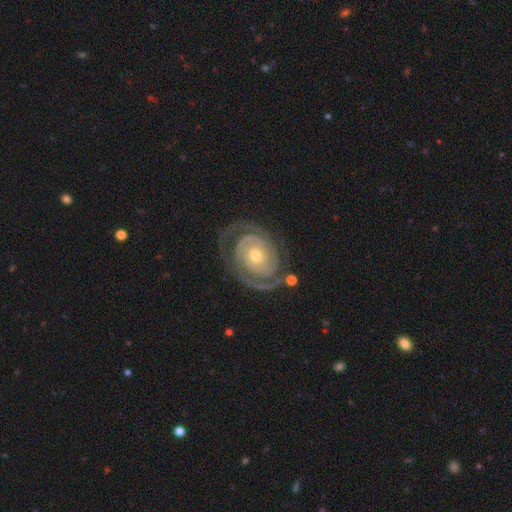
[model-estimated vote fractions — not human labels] Smooth or featured?
  - featured or disk: 90% *
  - smooth: 5%
  - star or artifact: 4%
Edge-on disk?
  - no: 97% *
  - yes: 3%
Bar?
  - no: 74% *
  - weak: 17%
  - strong: 8%
Spiral arms?
  - yes: 96% *
  - no: 4%
Spiral winding?
  - tight: 75% *
  - medium: 20%
  - loose: 5%
Spiral arm count?
  - 2: 76% *
  - can't tell: 8%
  - 3: 6%
  - 1: 5%
  - 4: 2%
  - more than 4: 2%
Bulge size?
  - moderate: 57% *
  - small: 38%
  - large: 3%
  - none: 1%
  - dominant: 1%
Merging?
  - none: 75% *
  - minor disturbance: 14%
  - major disturbance: 8%
  - merger: 3%